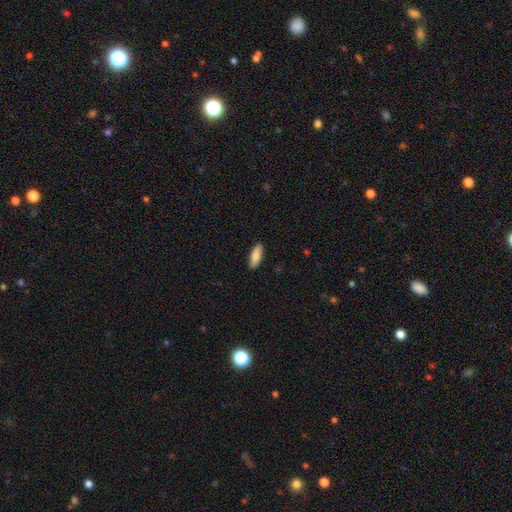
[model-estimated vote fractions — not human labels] smooth_or_featured: smooth (p=0.84) [alt: featured or disk p=0.11]
how_rounded: in between (p=0.68) [alt: cigar-shaped p=0.30]
merging: none (p=0.89) [alt: minor disturbance p=0.08]